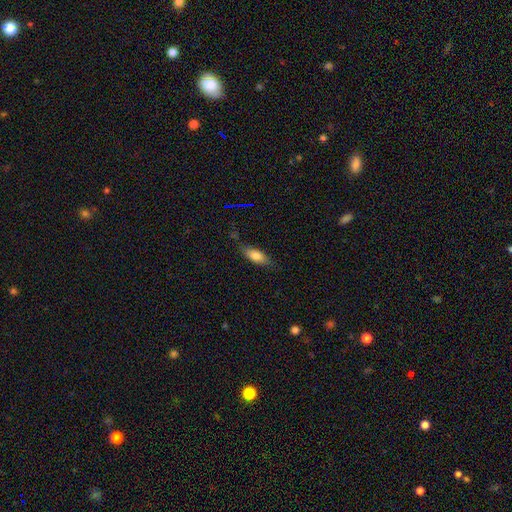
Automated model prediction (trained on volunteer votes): smooth 75%, featured or disk 17%, star or artifact 8%. Down the decision tree: how rounded — in between (70%); merging — none (75%).